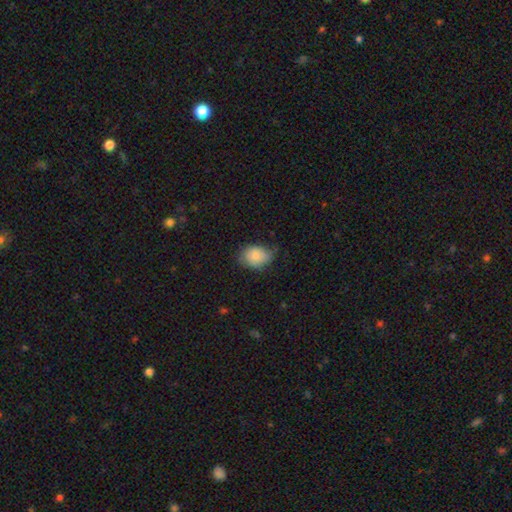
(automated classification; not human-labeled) Smooth or featured?
  - smooth: 84% *
  - featured or disk: 9%
  - star or artifact: 7%
How rounded?
  - in between: 68% *
  - round: 31%
  - cigar-shaped: 1%
Merging?
  - none: 66% *
  - minor disturbance: 28%
  - major disturbance: 5%
  - merger: 1%